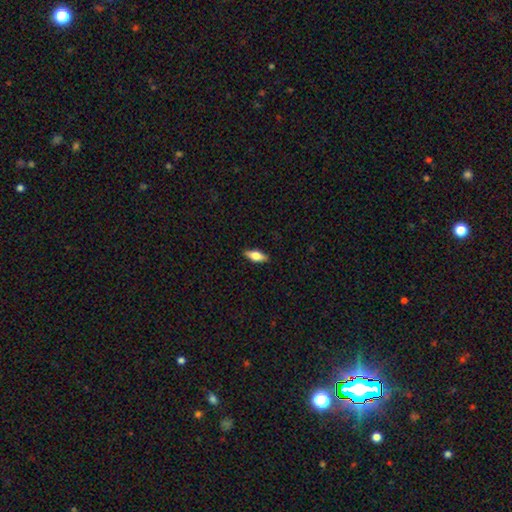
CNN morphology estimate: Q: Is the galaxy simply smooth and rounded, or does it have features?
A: smooth — 63%.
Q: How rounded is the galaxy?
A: in between — 75%.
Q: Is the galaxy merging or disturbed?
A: none — 89%.